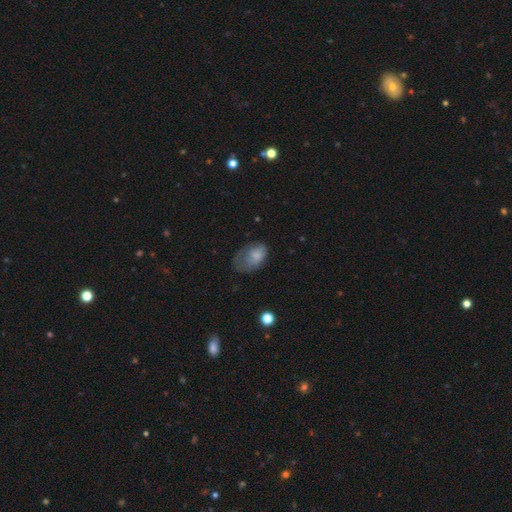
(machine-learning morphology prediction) smooth-or-featured: smooth: 70% | featured or disk: 21% | star or artifact: 9%
  how-rounded: in between: 85% | round: 14% | cigar-shaped: 1%
  merging: minor disturbance: 33% (tied) | major disturbance: 33% (tied) | none: 32% | merger: 2%